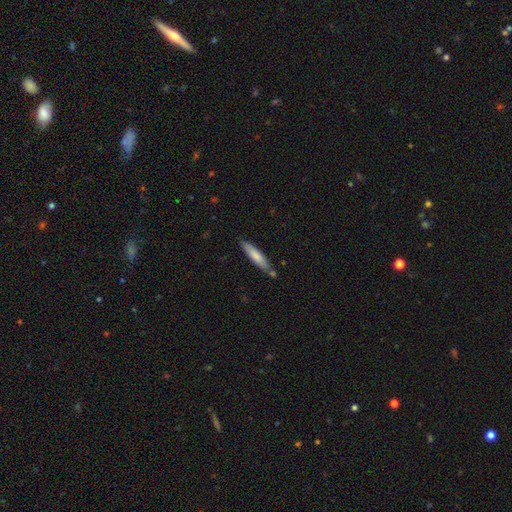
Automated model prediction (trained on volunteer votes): Smooth or featured: smooth — 74% (featured or disk — 20%)
How rounded: cigar-shaped — 84% (in between — 15%)
Merging: none — 74% (minor disturbance — 15%)